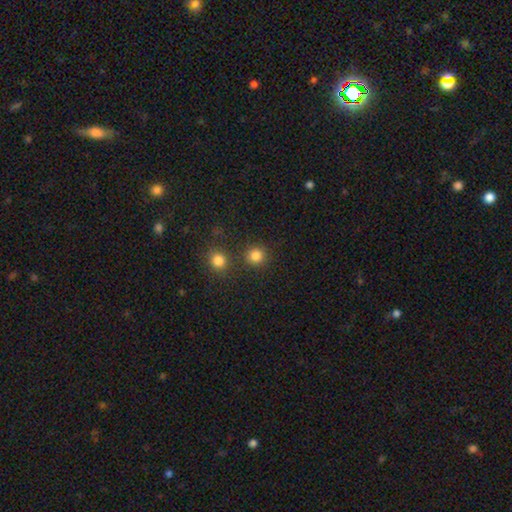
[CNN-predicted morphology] Smooth or featured?
  - smooth: 83% *
  - star or artifact: 13%
  - featured or disk: 4%
How rounded?
  - round: 92% *
  - in between: 7%
  - cigar-shaped: 1%
Merging?
  - none: 81% *
  - merger: 9%
  - minor disturbance: 7%
  - major disturbance: 3%